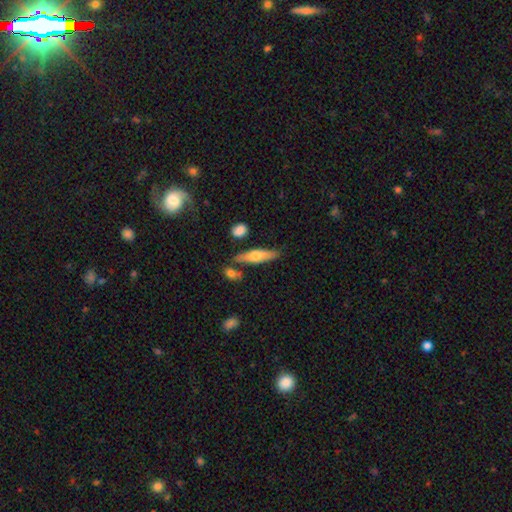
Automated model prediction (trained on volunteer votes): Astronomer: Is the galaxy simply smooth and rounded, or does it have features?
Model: smooth — 54% (runner-up: featured or disk, 40%).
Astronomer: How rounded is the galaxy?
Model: cigar-shaped — 68%.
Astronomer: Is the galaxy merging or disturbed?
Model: none — 75%.